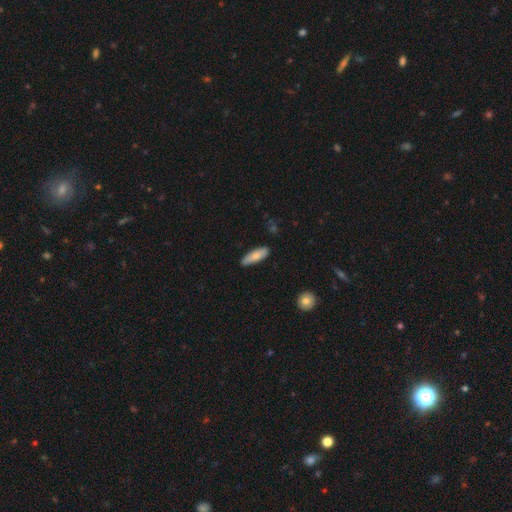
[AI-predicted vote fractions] Overall: smooth (75%). How rounded: in between (54%; cigar-shaped 44%). Merging: none (83%).